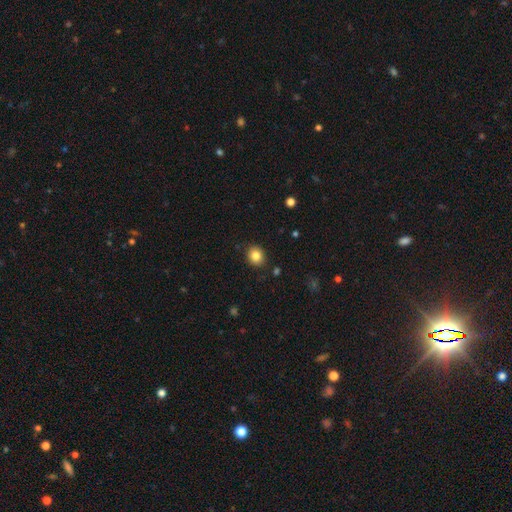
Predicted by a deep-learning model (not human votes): A smooth galaxy with no disk features (84%) that is round (72%). Merging: none (89%).